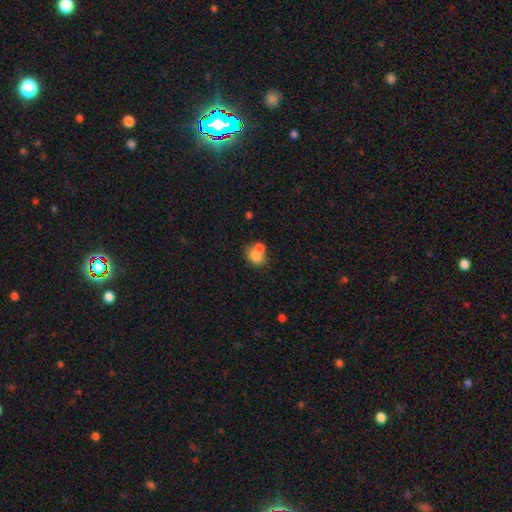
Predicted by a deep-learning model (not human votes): A smooth galaxy with no disk features (76%) that is in between round and cigar-shaped (64%). Merging: merger (51%).